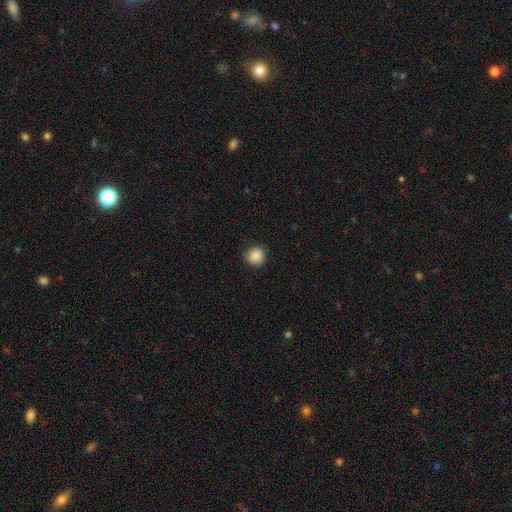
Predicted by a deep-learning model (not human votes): Smooth or featured: smooth — 88% (star or artifact — 9%)
How rounded: round — 91% (in between — 8%)
Merging: none — 85% (minor disturbance — 11%)